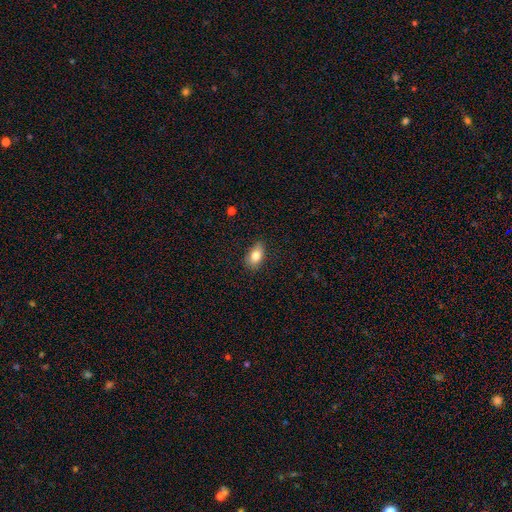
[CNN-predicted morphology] smooth 81%, featured or disk 11%, star or artifact 8%. Down the decision tree: how rounded — in between (86%); merging — none (75%).